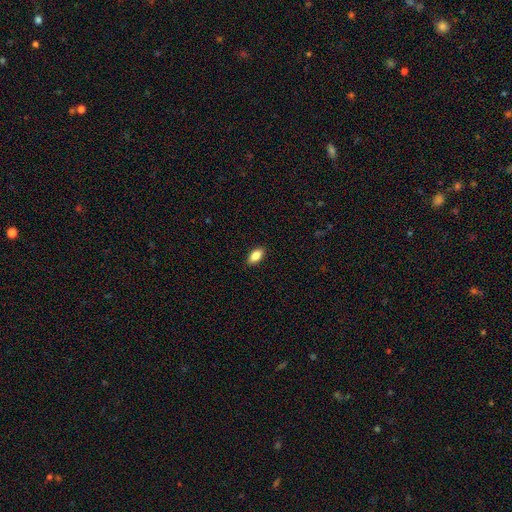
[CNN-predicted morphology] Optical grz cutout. It shows a smooth galaxy with no disk features (86%) that is in between round and cigar-shaped (90%). Merging: none (89%).